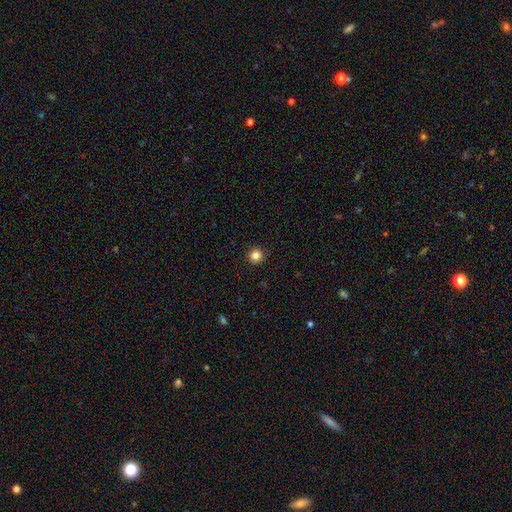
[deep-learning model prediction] Smooth or featured: smooth — 84% (star or artifact — 12%)
How rounded: round — 95% (in between — 4%)
Merging: none — 93% (minor disturbance — 4%)